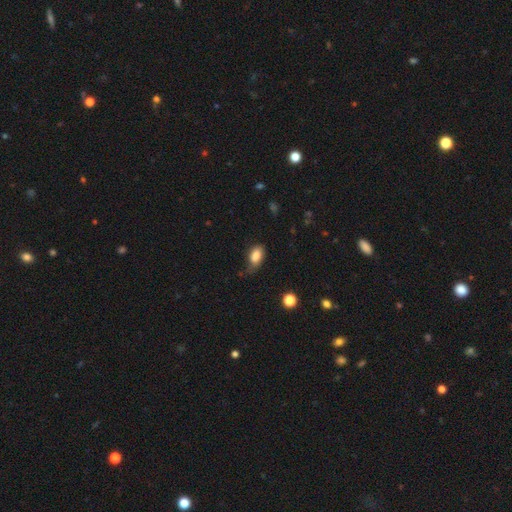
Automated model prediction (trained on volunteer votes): smooth-or-featured: smooth: 83% | featured or disk: 9% | star or artifact: 8%
  how-rounded: in between: 90% | round: 6% | cigar-shaped: 4%
  merging: none: 49% | minor disturbance: 36% | major disturbance: 12% | merger: 3%